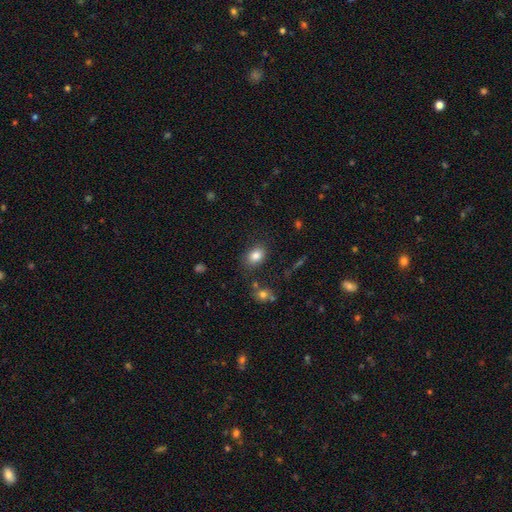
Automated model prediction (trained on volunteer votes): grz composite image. It shows a smooth galaxy with no disk features (83%) that is in between round and cigar-shaped (73%). Merging: none (80%).